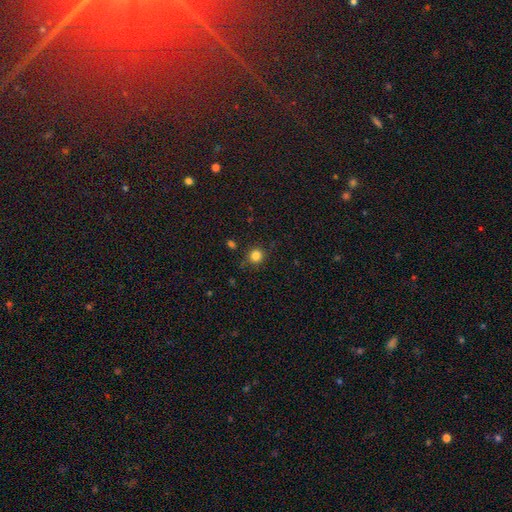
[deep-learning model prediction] The model was most divided on "smooth or featured": smooth: 83%, star or artifact: 13%, featured or disk: 4%. More confident: how rounded — round (90%); merging — none (84%).